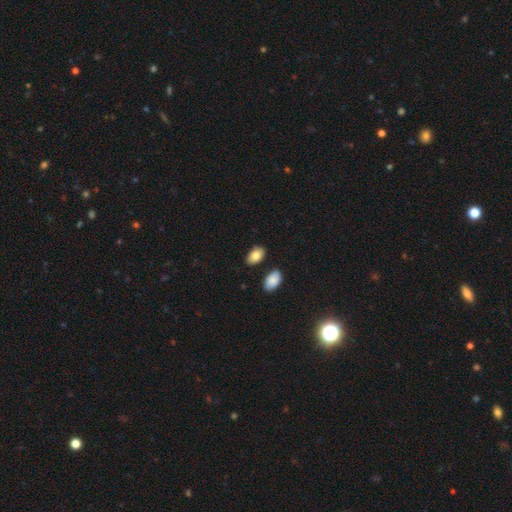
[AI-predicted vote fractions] A smooth galaxy with no disk features (85%) that is in between round and cigar-shaped (93%).

Vote fractions:
- Smooth or featured? smooth: 85% / featured or disk: 8% / star or artifact: 7%
- How rounded? in between: 93% / round: 6% / cigar-shaped: 1%
- Merging? none: 82% / minor disturbance: 11% / merger: 5% / major disturbance: 2%